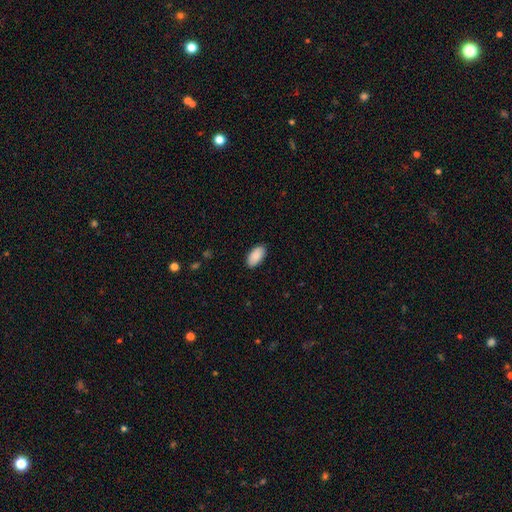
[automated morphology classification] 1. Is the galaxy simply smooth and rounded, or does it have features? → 89% smooth, 6% star or artifact, 5% featured or disk.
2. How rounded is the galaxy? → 96% in between, 2% cigar-shaped, 2% round.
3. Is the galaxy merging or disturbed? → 88% none, 9% minor disturbance, 2% major disturbance, 1% merger.